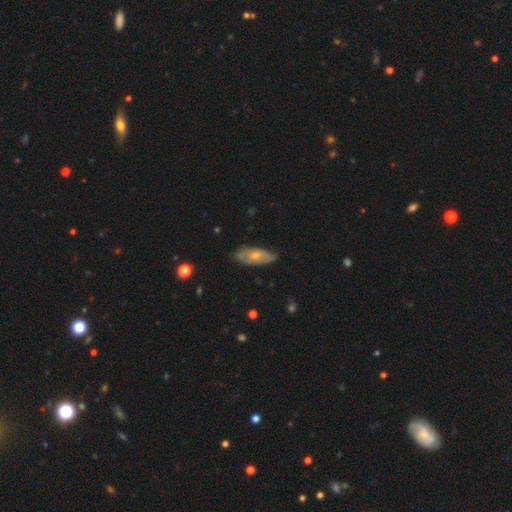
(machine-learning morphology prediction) smooth 48%, featured or disk 46%, star or artifact 6%. Down the decision tree: merging — none (73%).